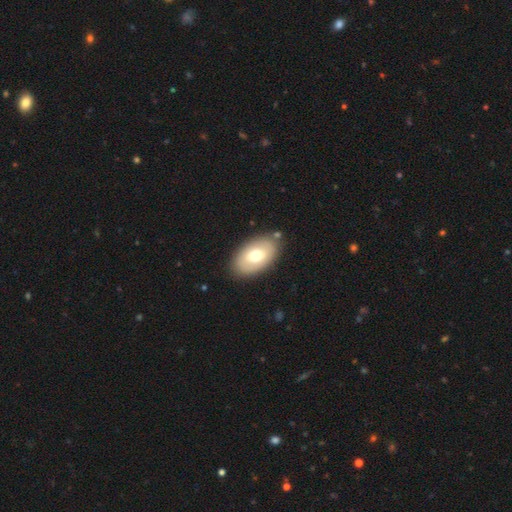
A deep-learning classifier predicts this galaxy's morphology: A smooth galaxy with no disk features (63%) that is in between round and cigar-shaped (92%).

Vote fractions:
- Smooth or featured? smooth: 63% / featured or disk: 31% / star or artifact: 6%
- How rounded? in between: 92% / round: 6% / cigar-shaped: 1%
- Merging? none: 82% / minor disturbance: 11% / merger: 4% / major disturbance: 3%